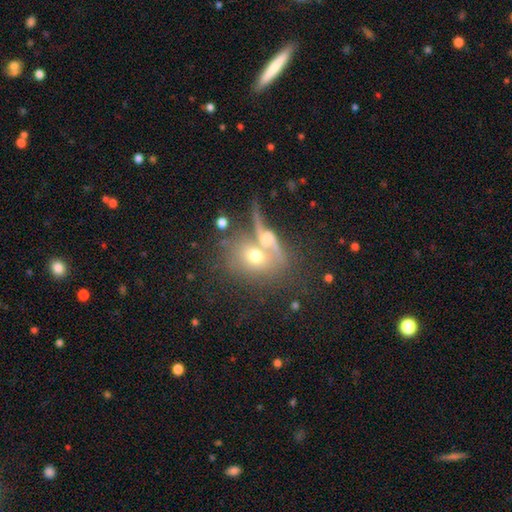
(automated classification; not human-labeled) smooth_or_featured: smooth (p=0.53) [alt: featured or disk p=0.35]
how_rounded: round (p=0.53) [alt: in between p=0.43]
merging: merger (p=0.52) [alt: none p=0.29]